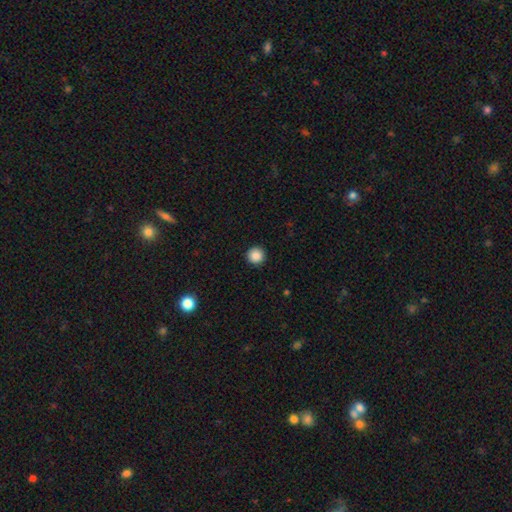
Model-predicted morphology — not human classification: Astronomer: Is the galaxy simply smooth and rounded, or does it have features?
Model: smooth — 87%.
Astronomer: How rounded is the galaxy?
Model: round — 96%.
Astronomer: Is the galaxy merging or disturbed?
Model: none — 93%.